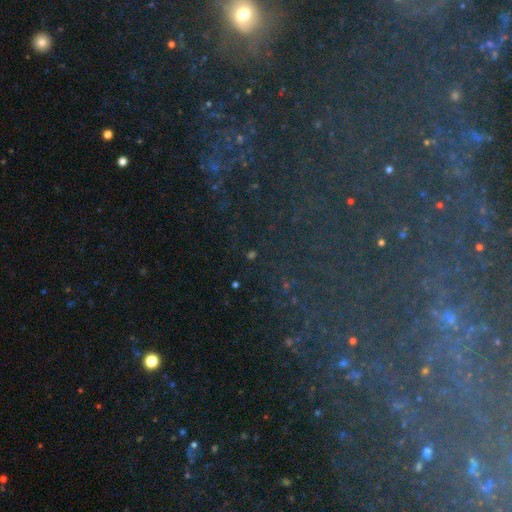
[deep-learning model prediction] Q: Smooth or featured?
A: star or artifact (66%); runner-up: featured or disk (19%)